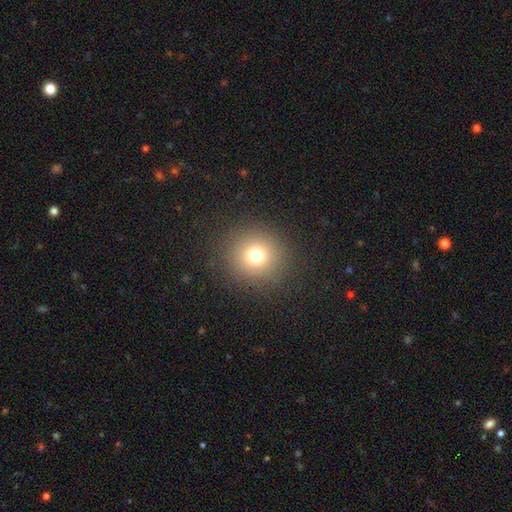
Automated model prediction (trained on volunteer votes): Smooth or featured? Predicted: smooth (p=0.74). How rounded? Predicted: round (p=0.93). Merging? Predicted: none (p=0.89).